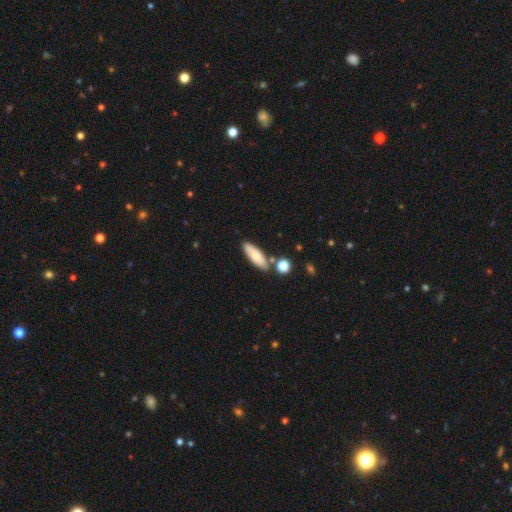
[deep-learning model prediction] This appears to be a smooth galaxy with no disk features (76%) that is in between round and cigar-shaped (55%). Merging: none (76%).